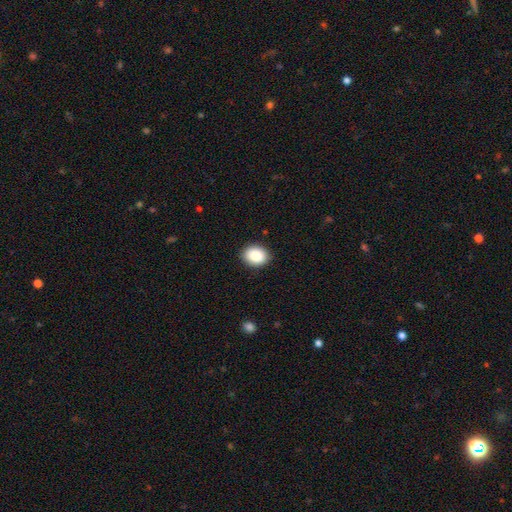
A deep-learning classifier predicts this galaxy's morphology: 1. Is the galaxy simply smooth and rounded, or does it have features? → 88% smooth, 7% star or artifact, 4% featured or disk.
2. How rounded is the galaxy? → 57% in between, 42% round, 1% cigar-shaped.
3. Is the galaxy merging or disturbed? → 89% none, 8% minor disturbance, 2% major disturbance, 1% merger.